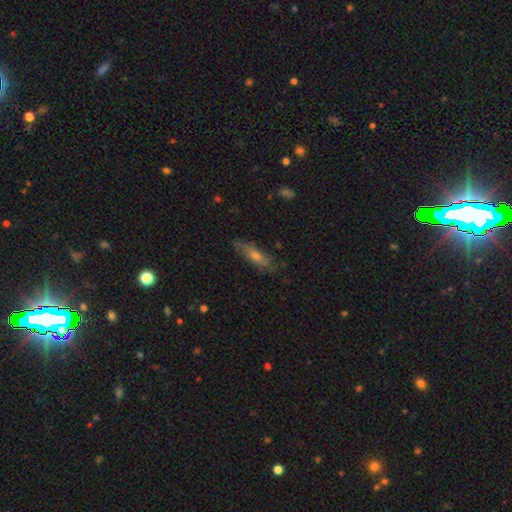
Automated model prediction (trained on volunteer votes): A featured or disk galaxy (49%).

Vote fractions:
- Smooth or featured? featured or disk: 49% / smooth: 41% / star or artifact: 10%
- Merging? none: 76% / minor disturbance: 17% / major disturbance: 5% / merger: 2%